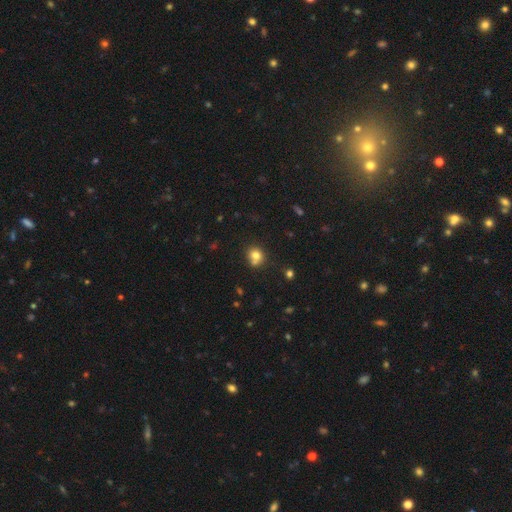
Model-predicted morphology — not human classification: A smooth galaxy with no disk features (77%) that is round (77%). Merging: none (56%).